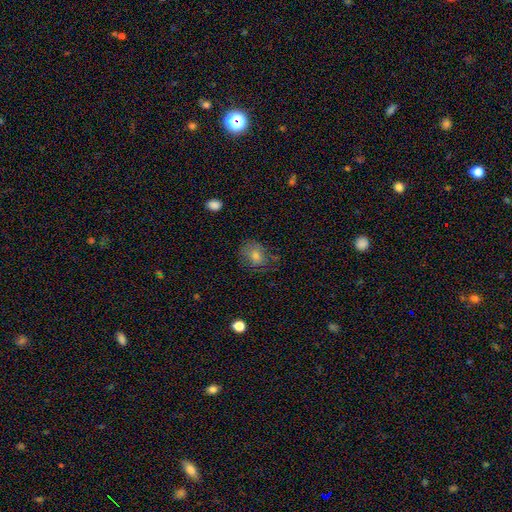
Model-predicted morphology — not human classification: Smooth or featured? Predicted: smooth (p=0.63). How rounded? Predicted: round (p=0.62). Merging? Predicted: none (p=0.70).